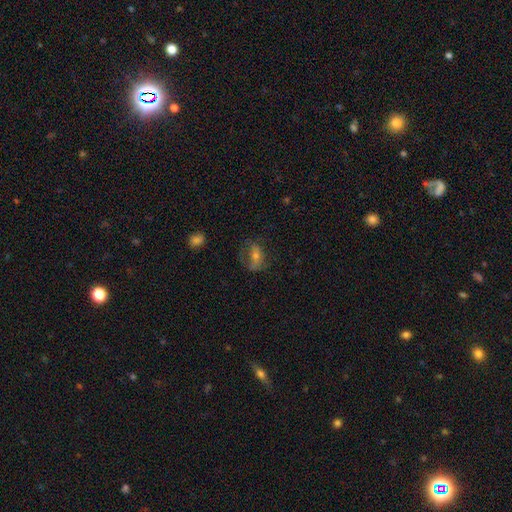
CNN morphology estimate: The model was most divided on "smooth or featured": smooth: 43%, featured or disk: 42%, star or artifact: 15%. More confident: merging — none (58%).